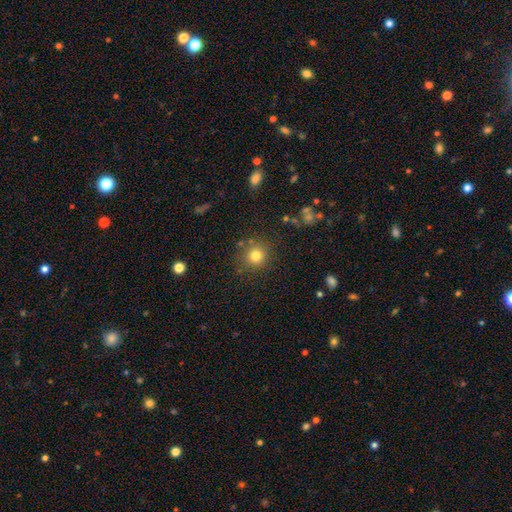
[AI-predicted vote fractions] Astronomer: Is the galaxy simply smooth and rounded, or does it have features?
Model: smooth — 78%.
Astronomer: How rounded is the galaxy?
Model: round — 91%.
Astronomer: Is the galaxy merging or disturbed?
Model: none — 84%.